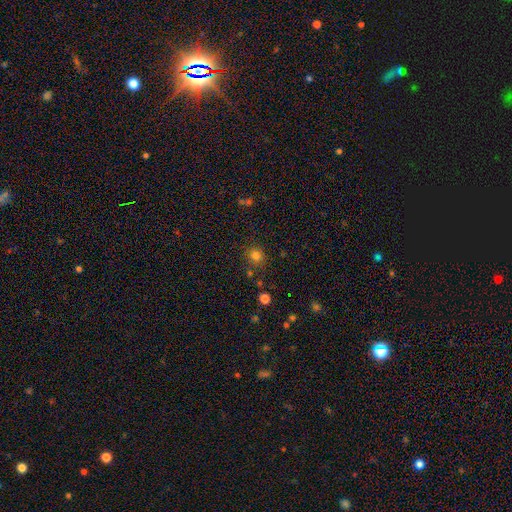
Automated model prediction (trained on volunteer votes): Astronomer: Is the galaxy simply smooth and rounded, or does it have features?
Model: smooth — 77%.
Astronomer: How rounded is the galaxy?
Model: round — 84%.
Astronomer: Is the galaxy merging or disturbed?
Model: none — 81%.